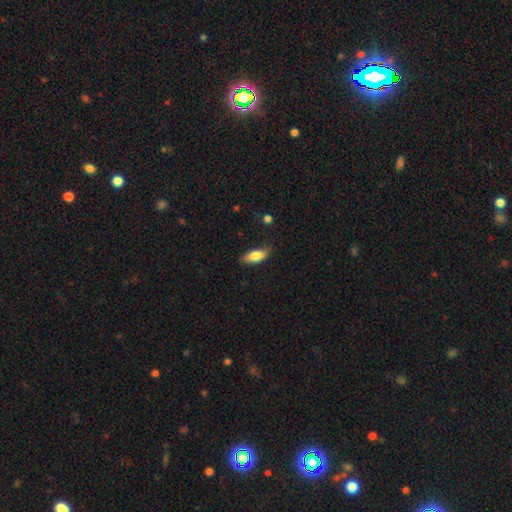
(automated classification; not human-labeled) A smooth galaxy with no disk features (80%) that is in between round and cigar-shaped (79%). Merging: none (79%).